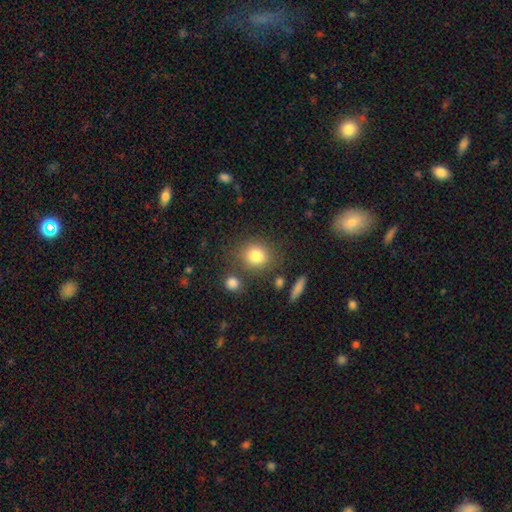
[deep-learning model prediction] smooth-or-featured: smooth: 81% | star or artifact: 11% | featured or disk: 8%
  how-rounded: round: 73% | in between: 26% | cigar-shaped: 1%
  merging: none: 74% | minor disturbance: 12% | merger: 9% | major disturbance: 5%